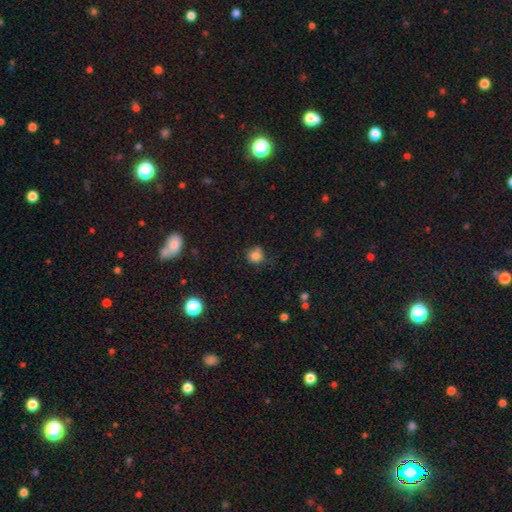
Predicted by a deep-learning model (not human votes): Smooth or featured?
  - smooth: 81% *
  - star or artifact: 13%
  - featured or disk: 7%
How rounded?
  - round: 84% *
  - in between: 15%
  - cigar-shaped: 1%
Merging?
  - none: 62% *
  - minor disturbance: 25%
  - major disturbance: 7%
  - merger: 6%